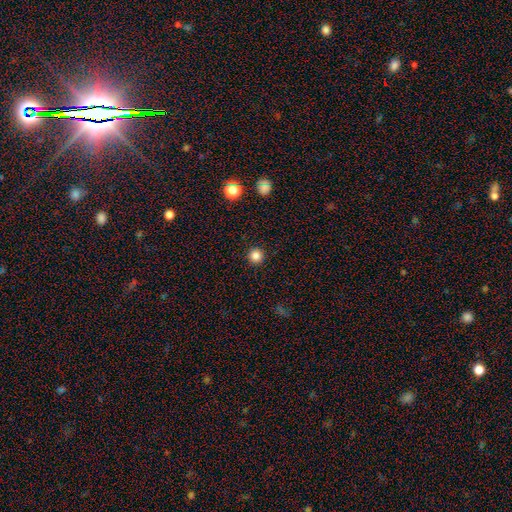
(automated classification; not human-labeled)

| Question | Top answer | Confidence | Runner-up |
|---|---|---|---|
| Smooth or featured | smooth | 84% | star or artifact (12%) |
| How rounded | round | 96% | in between (3%) |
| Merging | none | 93% | minor disturbance (4%) |